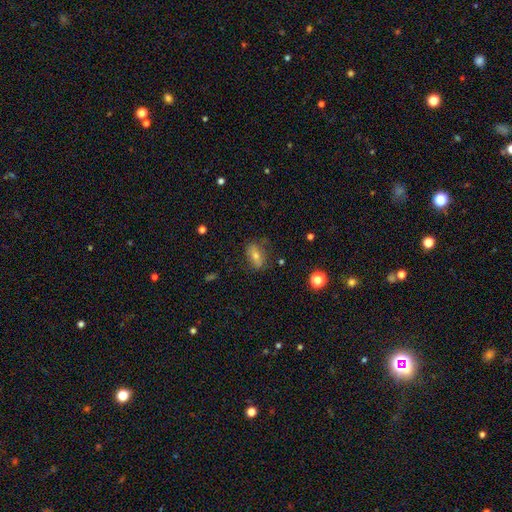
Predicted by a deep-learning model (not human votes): Q: Smooth or featured?
A: smooth (46%); runner-up: featured or disk (39%)
Q: Merging?
A: none (75%); runner-up: minor disturbance (17%)